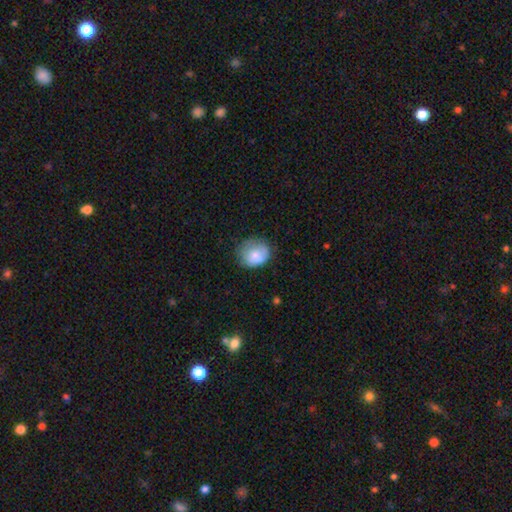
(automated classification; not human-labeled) This appears to be a smooth galaxy with no disk features (77%) that is round (64%). Merging: none (58%).